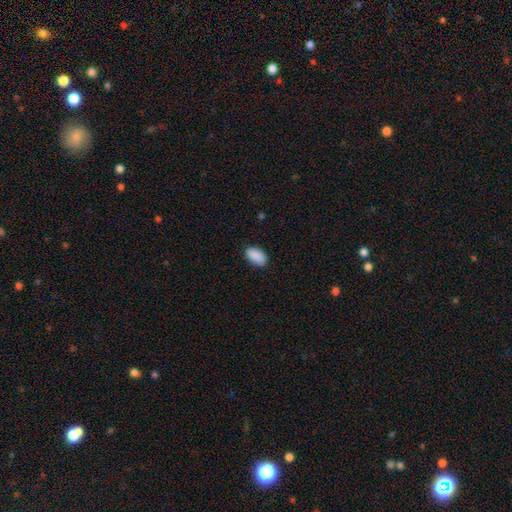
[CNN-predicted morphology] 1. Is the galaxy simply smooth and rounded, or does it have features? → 91% smooth, 7% star or artifact, 3% featured or disk.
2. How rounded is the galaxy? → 94% in between, 4% round, 2% cigar-shaped.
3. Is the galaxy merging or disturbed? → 87% none, 10% minor disturbance, 2% major disturbance, 1% merger.